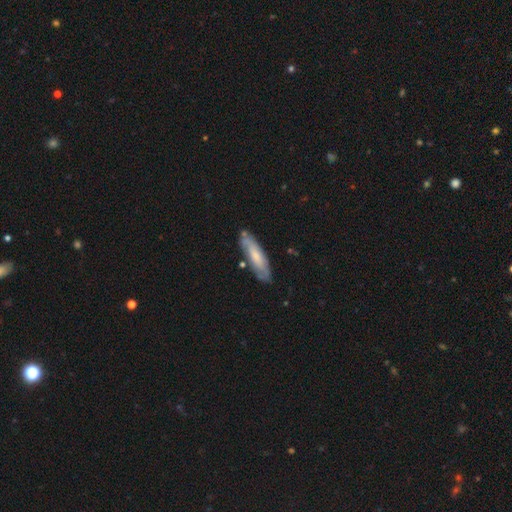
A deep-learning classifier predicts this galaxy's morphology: This appears to be a smooth galaxy with no disk features (48%). Merging: none (76%).